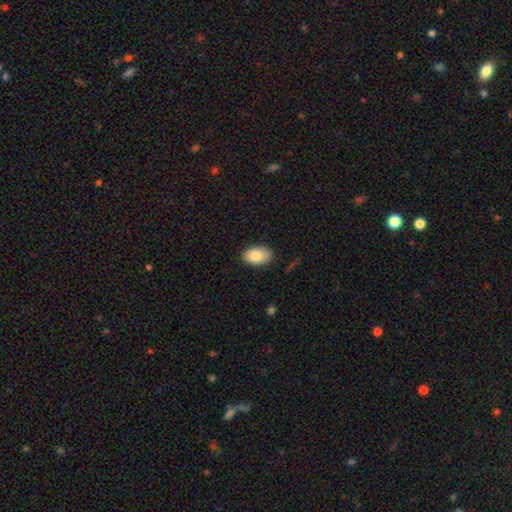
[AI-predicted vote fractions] smooth 86%, featured or disk 7%, star or artifact 7%. Down the decision tree: how rounded — in between (92%); merging — none (85%).